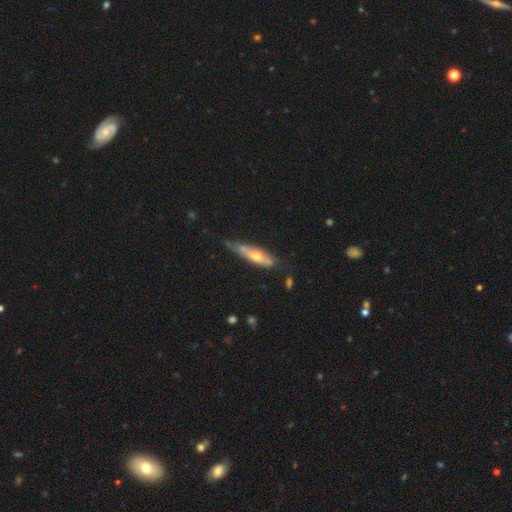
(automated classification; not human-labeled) Q: Smooth or featured?
A: featured or disk (56%); runner-up: smooth (38%)
Q: Edge-on disk?
A: yes (68%); runner-up: no (32%)
Q: Merging?
A: none (57%); runner-up: minor disturbance (32%)